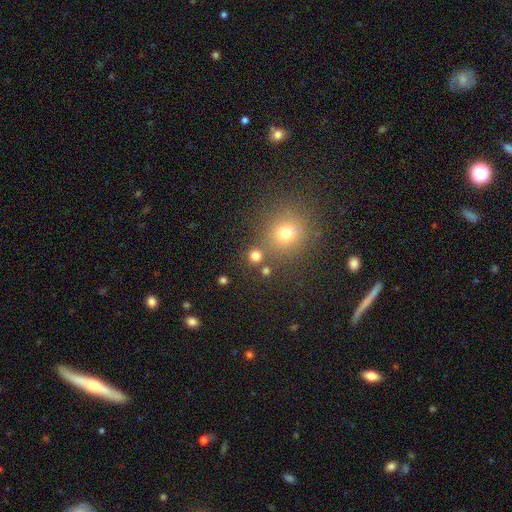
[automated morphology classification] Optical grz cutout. It shows a smooth galaxy with no disk features (75%) that is round (91%). Merging: none (78%).